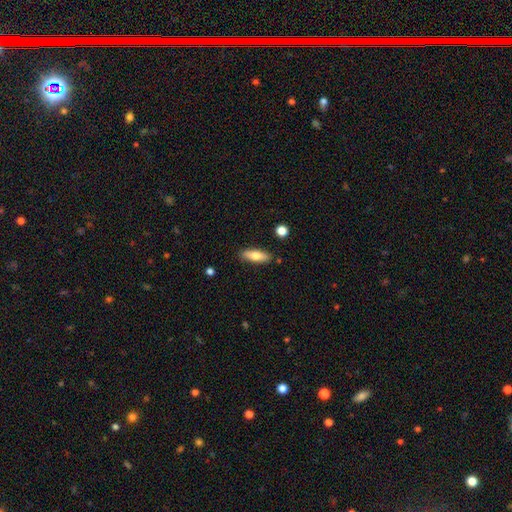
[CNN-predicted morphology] A smooth galaxy with no disk features (71%) that is in between round and cigar-shaped (57%). Merging: none (86%).